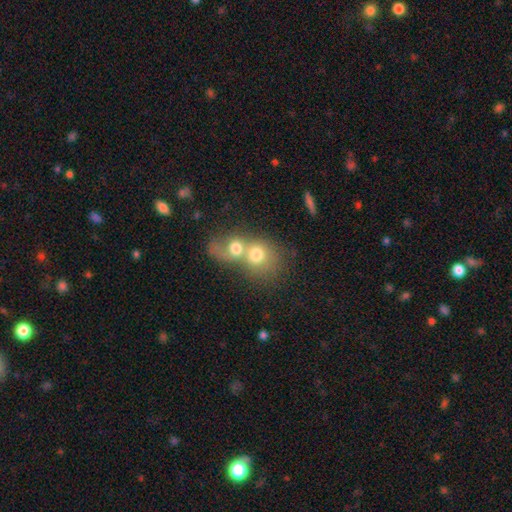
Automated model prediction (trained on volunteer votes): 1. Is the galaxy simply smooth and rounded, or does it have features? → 66% smooth, 24% featured or disk, 10% star or artifact.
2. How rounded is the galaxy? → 65% round, 34% in between, 1% cigar-shaped.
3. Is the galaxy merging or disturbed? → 77% merger, 13% none, 5% major disturbance, 4% minor disturbance.